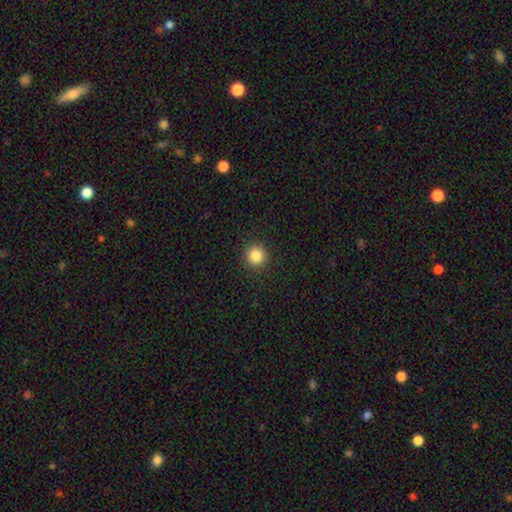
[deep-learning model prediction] smooth_or_featured: smooth (p=0.86) [alt: star or artifact p=0.10]
how_rounded: round (p=0.94) [alt: in between p=0.05]
merging: none (p=0.92) [alt: minor disturbance p=0.05]